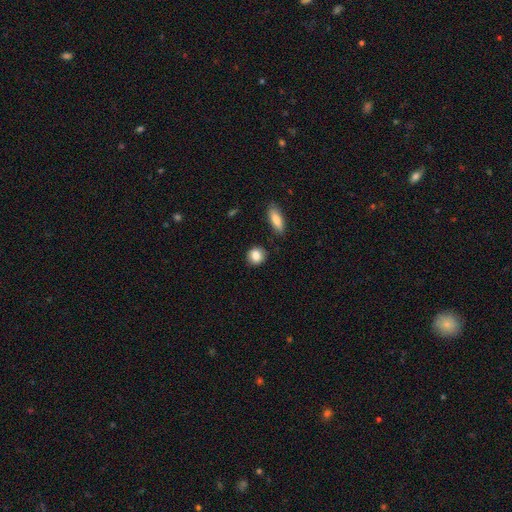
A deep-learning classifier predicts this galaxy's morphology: This appears to be a smooth galaxy with no disk features (84%) that is round (76%). Merging: none (86%).